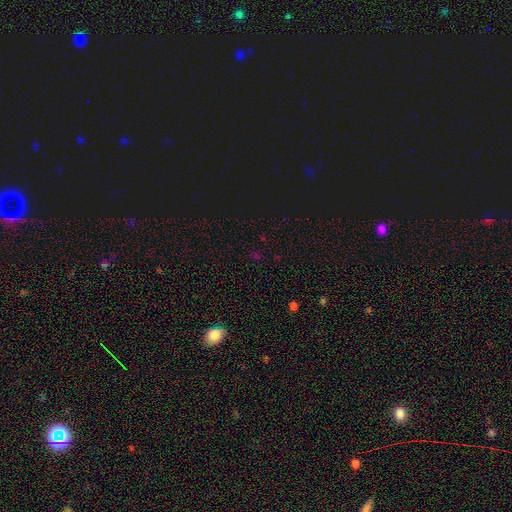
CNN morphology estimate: This appears to be a star or artifact, not a galaxy (66%).